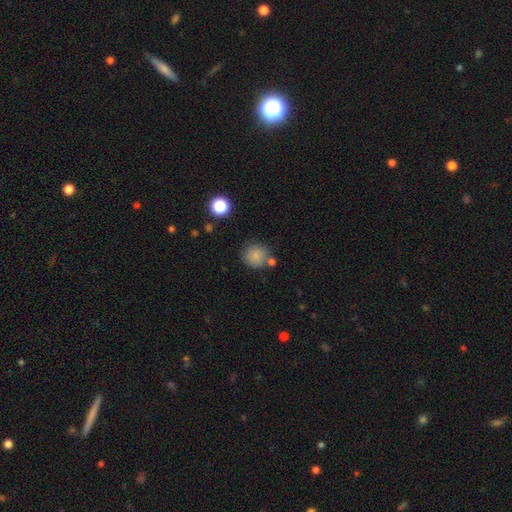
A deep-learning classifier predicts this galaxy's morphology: A smooth galaxy with no disk features (83%) that is round (91%). Merging: none (73%).